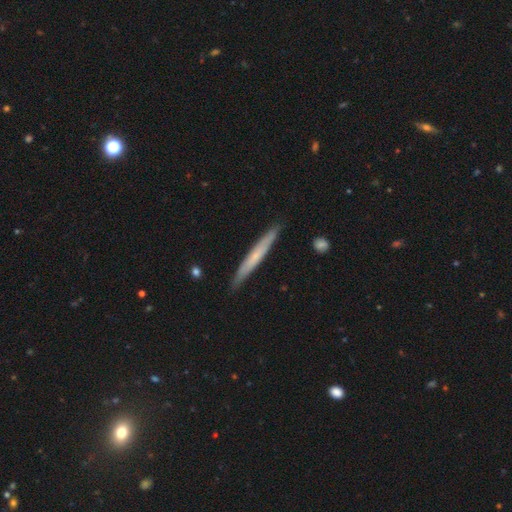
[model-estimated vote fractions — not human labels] Smooth or featured: smooth — 51% (featured or disk — 43%)
How rounded: cigar-shaped — 96% (in between — 2%)
Merging: none — 89% (minor disturbance — 8%)